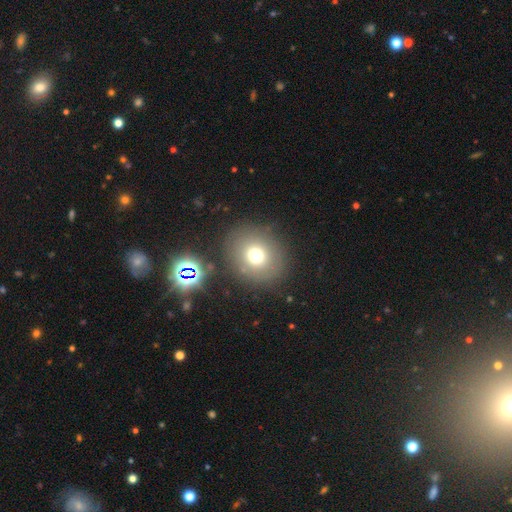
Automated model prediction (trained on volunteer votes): Smooth or featured? smooth (69%)
How rounded? round (78%)
Merging? none (82%)